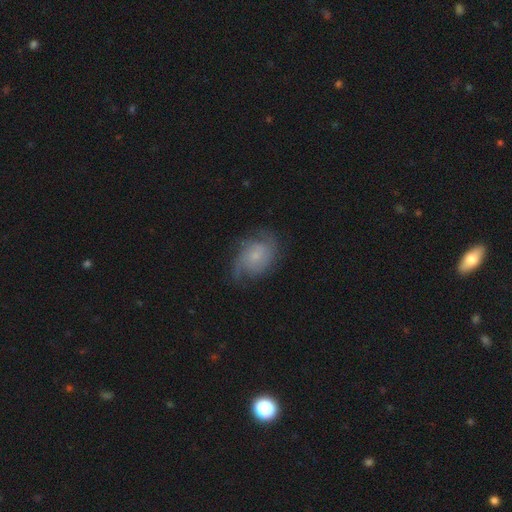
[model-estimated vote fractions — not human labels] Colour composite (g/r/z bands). It shows a featured or disk galaxy (70%) with no bar (67%), 2 (45%) medium (45%) spiral arms (93%) and a small central bulge (63%). Merging: none (65%).